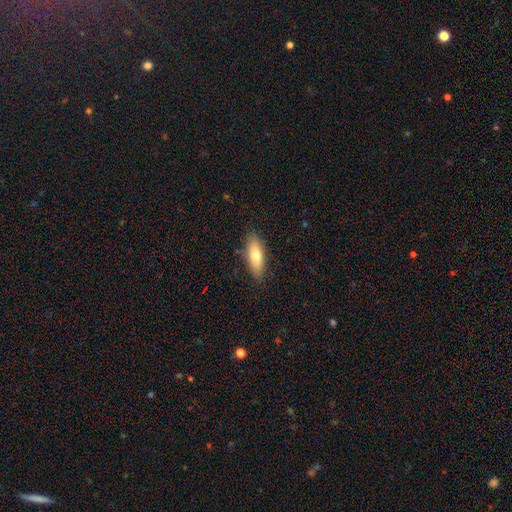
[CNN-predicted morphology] The model was most divided on "how rounded": in between: 65%, cigar-shaped: 33%, round: 2%. More confident: merging — none (85%); smooth or featured — smooth (71%).